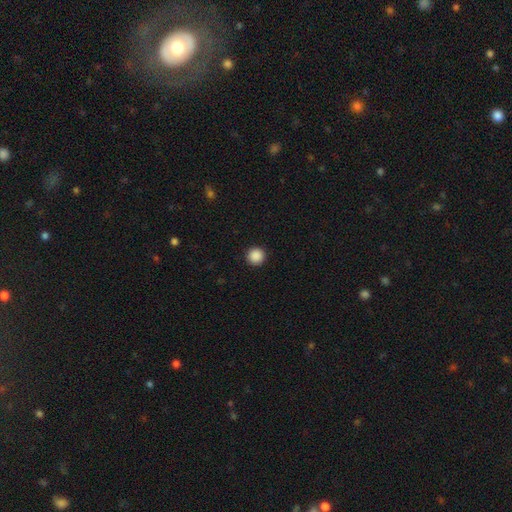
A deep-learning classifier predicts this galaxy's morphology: A smooth galaxy with no disk features (89%) that is round (96%). Merging: none (93%).